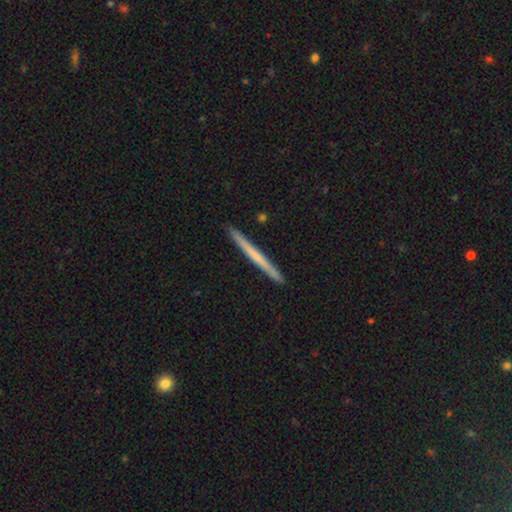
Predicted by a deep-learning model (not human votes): A smooth galaxy with no disk features (51%) that is cigar-shaped (97%). Merging: none (93%).